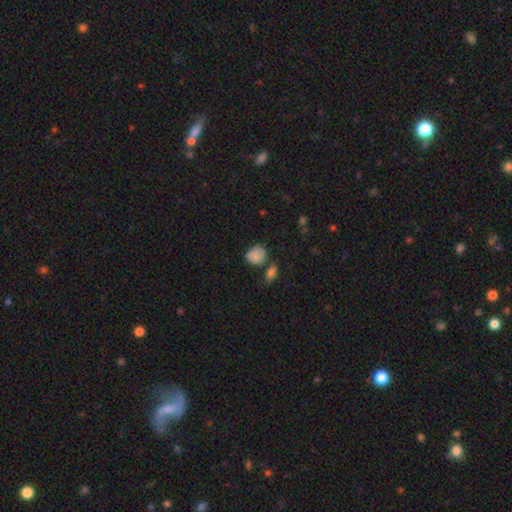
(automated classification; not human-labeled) Q: Smooth or featured?
A: smooth (83%); runner-up: star or artifact (9%)
Q: How rounded?
A: round (58%); runner-up: in between (40%)
Q: Merging?
A: none (51%); runner-up: minor disturbance (24%)